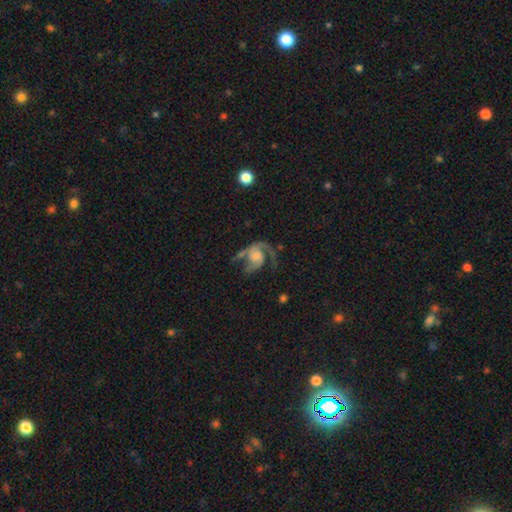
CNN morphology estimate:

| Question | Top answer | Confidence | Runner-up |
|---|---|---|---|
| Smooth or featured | featured or disk | 84% | smooth (9%) |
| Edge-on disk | no | 98% | yes (2%) |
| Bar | no | 67% | weak (27%) |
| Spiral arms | yes | 95% | no (5%) |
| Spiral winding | medium | 50% | loose (30%) |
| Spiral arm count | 2 | 73% | 1 (17%) |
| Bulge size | moderate | 41% | small (36%) |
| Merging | none | 45% | major disturbance (29%) |